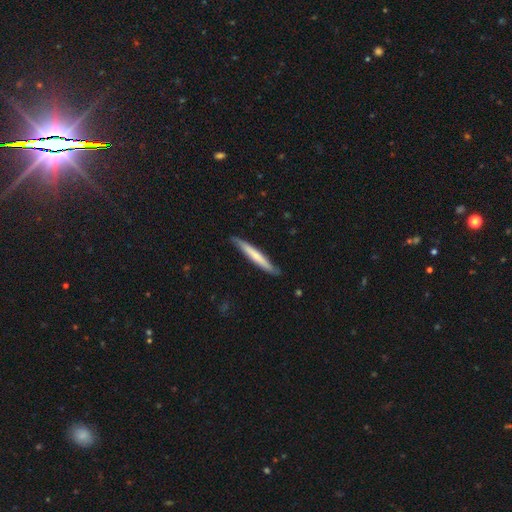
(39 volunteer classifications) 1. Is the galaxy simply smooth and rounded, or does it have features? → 64% smooth, 36% featured or disk, 0% star or artifact.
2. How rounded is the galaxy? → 100% cigar-shaped, 0% round, 0% in between.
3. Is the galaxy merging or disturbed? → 77% none, 21% minor disturbance, 3% major disturbance, 0% merger.